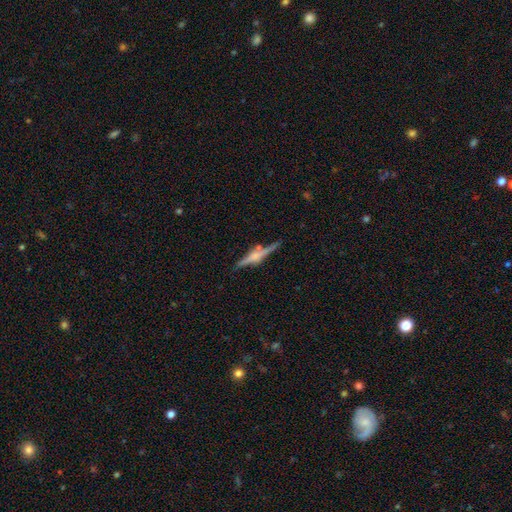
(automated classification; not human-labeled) Q: Smooth or featured?
A: featured or disk (73%); runner-up: smooth (20%)
Q: Edge-on disk?
A: yes (97%); runner-up: no (3%)
Q: Edge-on bulge?
A: rounded (72%); runner-up: boxy (20%)
Q: Merging?
A: none (82%); runner-up: minor disturbance (11%)